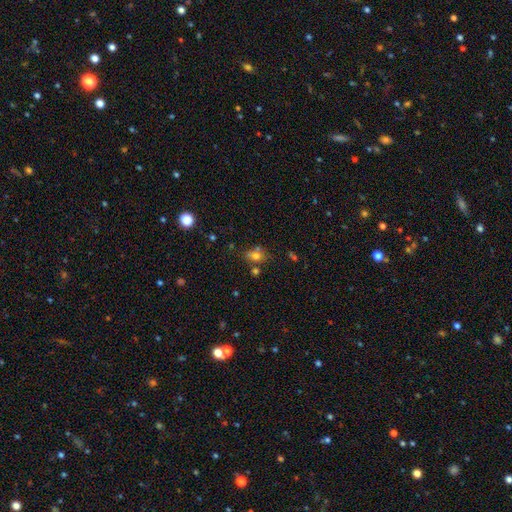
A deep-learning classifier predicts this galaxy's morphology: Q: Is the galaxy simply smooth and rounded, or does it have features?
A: smooth — 66%.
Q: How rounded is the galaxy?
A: in between — 61%.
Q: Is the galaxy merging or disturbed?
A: none — 55%.